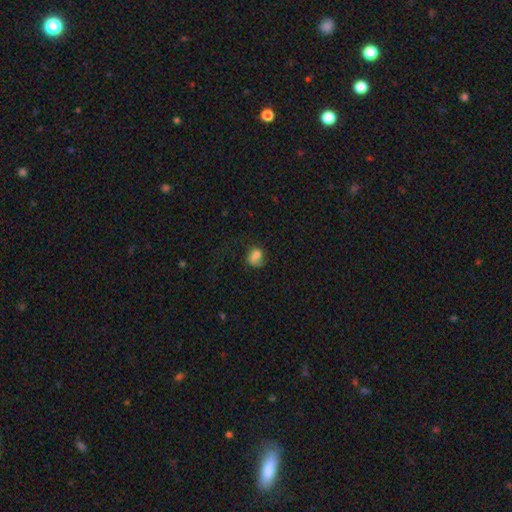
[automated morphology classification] Smooth or featured? Predicted: smooth (p=0.69). How rounded? Predicted: in between (p=0.57). Merging? Predicted: none (p=0.38).